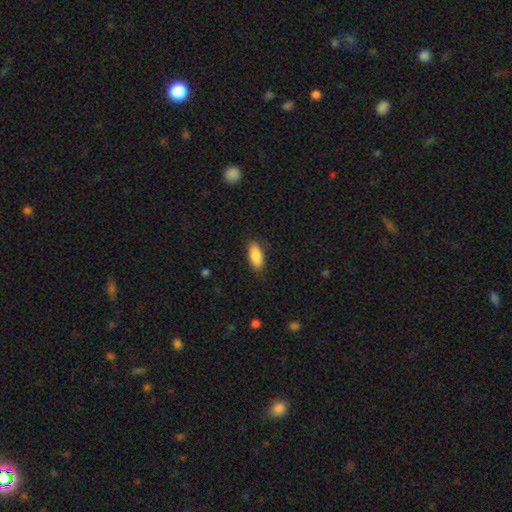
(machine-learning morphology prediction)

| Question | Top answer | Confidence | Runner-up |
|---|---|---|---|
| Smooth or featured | smooth | 88% | star or artifact (6%) |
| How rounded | in between | 84% | cigar-shaped (14%) |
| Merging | none | 84% | minor disturbance (12%) |